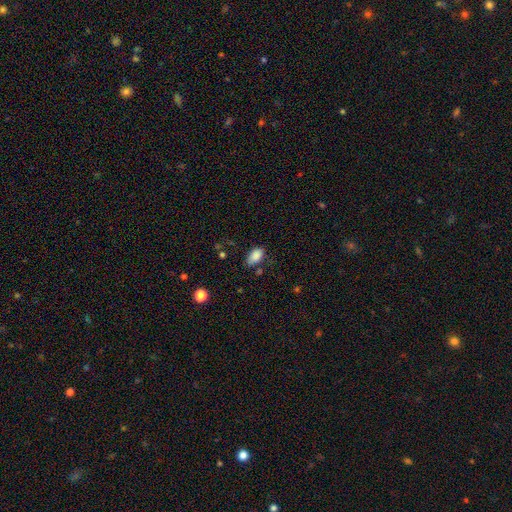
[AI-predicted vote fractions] smooth_or_featured: smooth (p=0.87) [alt: star or artifact p=0.08]
how_rounded: in between (p=0.92) [alt: round p=0.06]
merging: none (p=0.65) [alt: minor disturbance p=0.26]